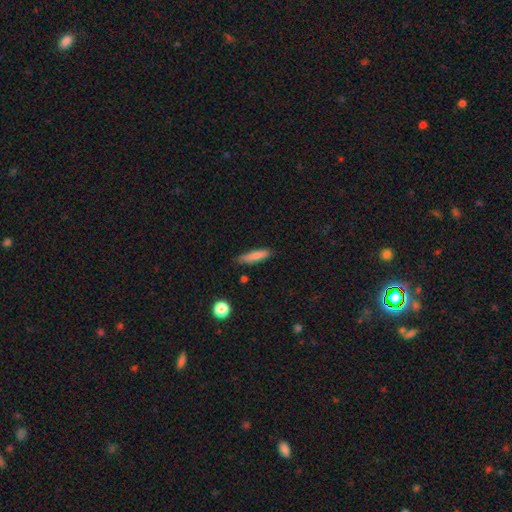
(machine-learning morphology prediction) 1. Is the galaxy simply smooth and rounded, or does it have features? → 80% smooth, 13% featured or disk, 7% star or artifact.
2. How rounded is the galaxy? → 77% cigar-shaped, 21% in between, 2% round.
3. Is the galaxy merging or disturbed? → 82% none, 14% minor disturbance, 2% major disturbance, 2% merger.